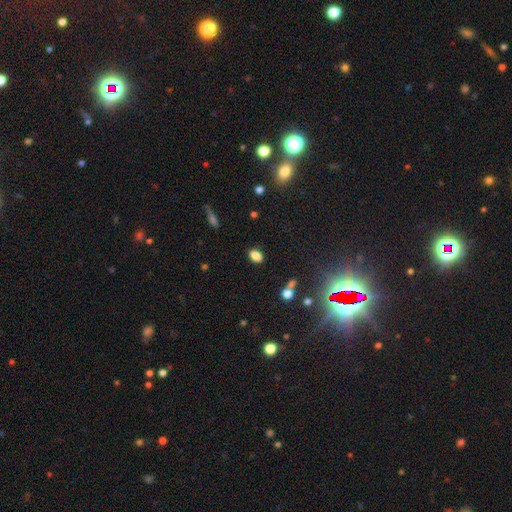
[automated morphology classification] type=smooth (83%); roundness=in between (86%); merging=none (84%).